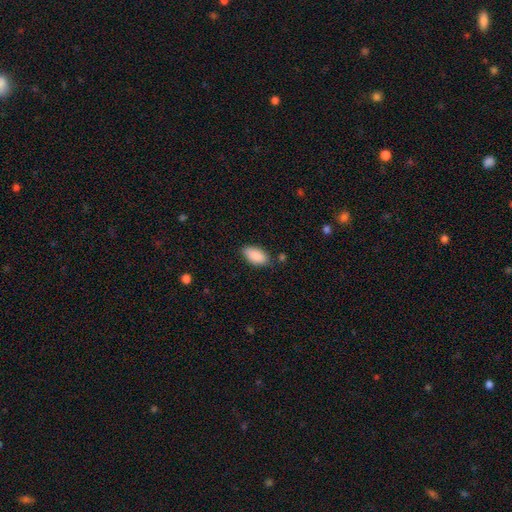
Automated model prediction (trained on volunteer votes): The model was most divided on "merging": none: 80%, minor disturbance: 15%, major disturbance: 3%, merger: 2%. More confident: how rounded — in between (93%); smooth or featured — smooth (89%).